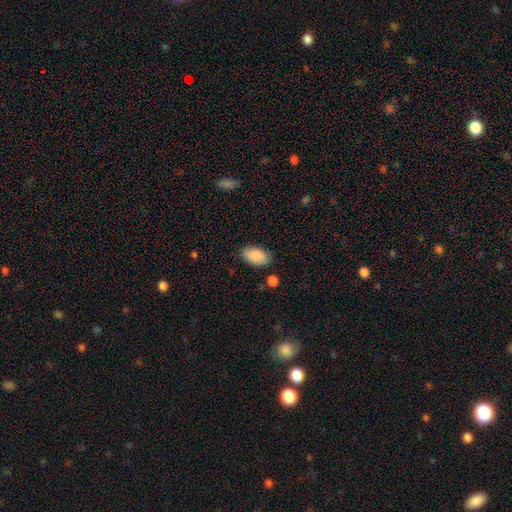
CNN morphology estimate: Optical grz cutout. It shows a smooth galaxy with no disk features (87%) that is in between round and cigar-shaped (94%). Merging: none (79%).